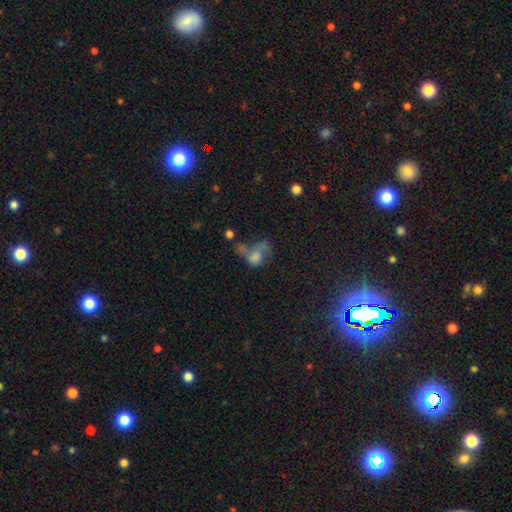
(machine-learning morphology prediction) A smooth galaxy with no disk features (55%) that is in between round and cigar-shaped (61%). Merging: major disturbance (39%).